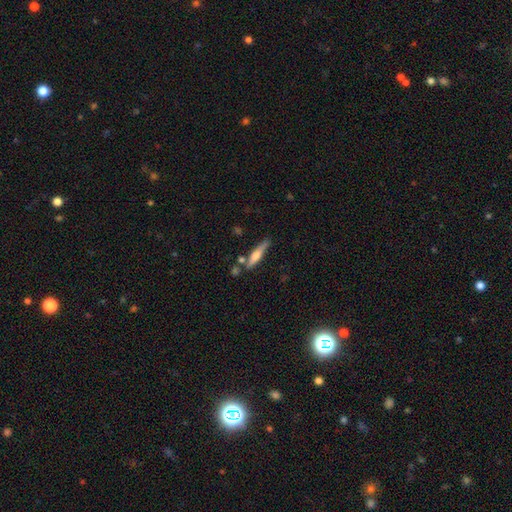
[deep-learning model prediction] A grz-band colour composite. It shows a smooth galaxy with no disk features (49%). Merging: none (70%).